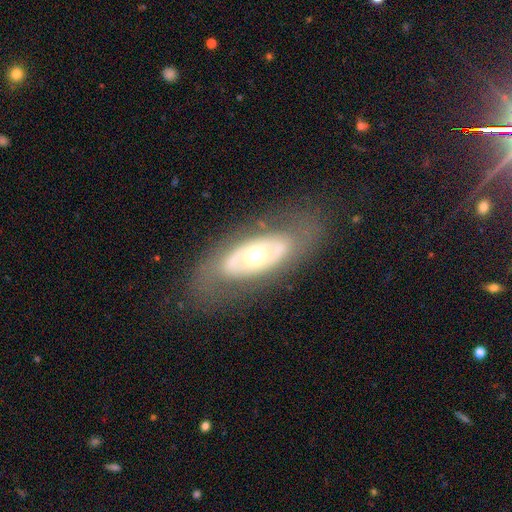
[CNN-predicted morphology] smooth-or-featured: featured or disk: 65% | smooth: 29% | star or artifact: 6%
  disk-edge-on: no: 87% | yes: 13%
    bar: no: 85% | weak: 10% | strong: 6%
    has-spiral-arms: no: 82% | yes: 18%
    bulge-size: moderate: 68% | small: 15% | large: 15% | dominant: 2% | none: 1%
  merging: none: 78% | minor disturbance: 13% | major disturbance: 8% | merger: 1%